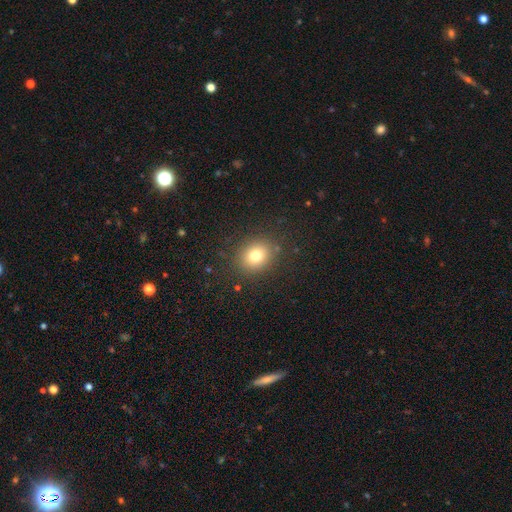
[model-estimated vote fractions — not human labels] Smooth or featured? smooth (76%)
How rounded? round (68%)
Merging? none (87%)